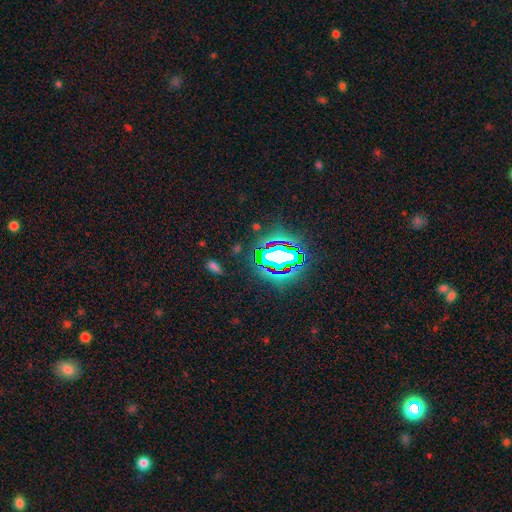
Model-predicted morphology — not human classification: This is likely a star or artifact rather than a galaxy (76%).